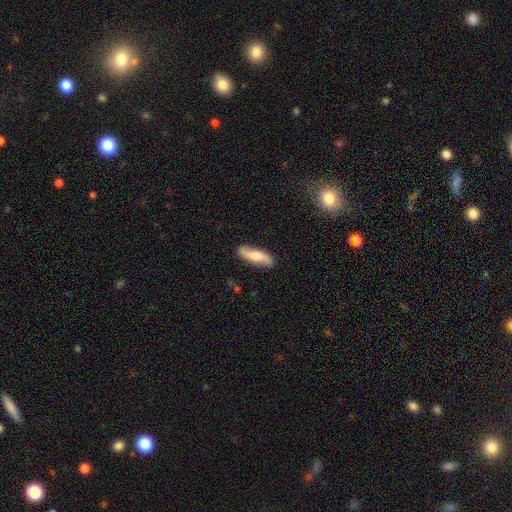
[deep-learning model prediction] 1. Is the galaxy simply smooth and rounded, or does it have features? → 59% smooth, 35% featured or disk, 6% star or artifact.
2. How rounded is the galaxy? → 57% cigar-shaped, 40% in between, 2% round.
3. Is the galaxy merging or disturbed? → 84% none, 12% minor disturbance, 2% major disturbance, 1% merger.